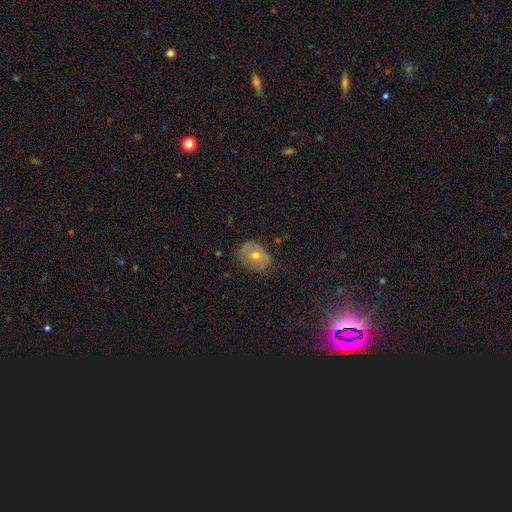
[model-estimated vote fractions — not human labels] Overall: smooth (51%; featured or disk 35%). How rounded: round (52%; in between 47%). Merging: none (73%).